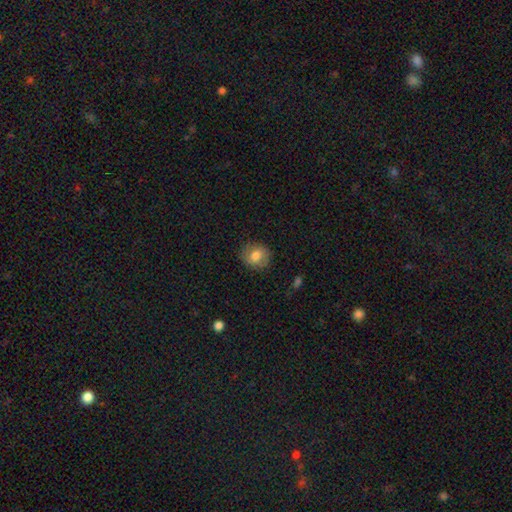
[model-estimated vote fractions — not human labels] smooth 77%, featured or disk 15%, star or artifact 8%. Down the decision tree: how rounded — round (75%); merging — none (82%).